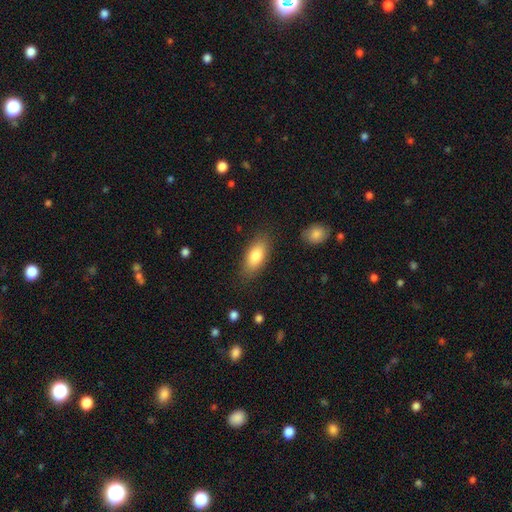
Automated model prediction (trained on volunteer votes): Smooth or featured: smooth — 80% (featured or disk — 13%)
How rounded: in between — 85% (cigar-shaped — 12%)
Merging: none — 83% (minor disturbance — 12%)